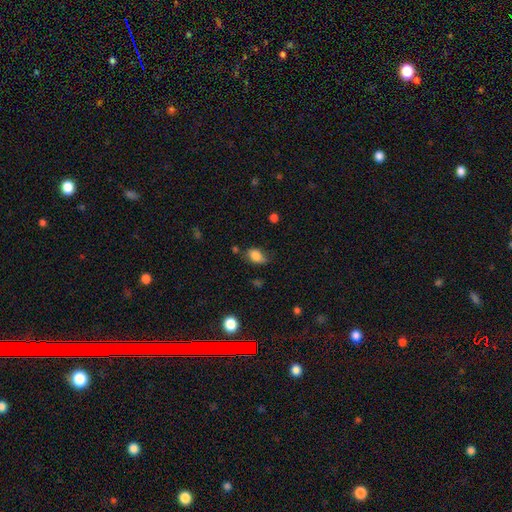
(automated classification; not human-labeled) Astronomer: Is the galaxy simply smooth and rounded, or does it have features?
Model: smooth — 83%.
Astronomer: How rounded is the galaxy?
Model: in between — 84%.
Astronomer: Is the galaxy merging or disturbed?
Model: none — 58%.